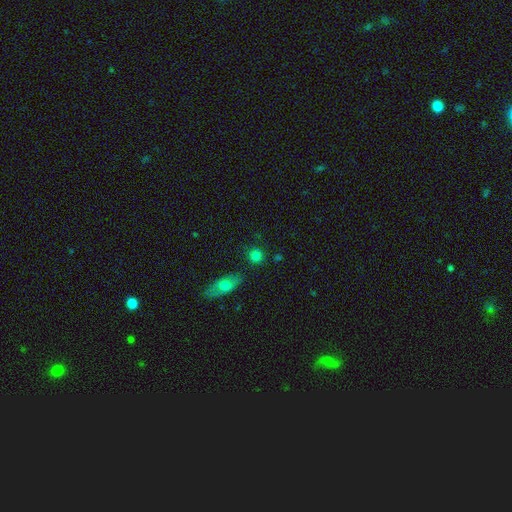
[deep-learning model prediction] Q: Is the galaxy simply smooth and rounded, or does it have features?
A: smooth — 82%.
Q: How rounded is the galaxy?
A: round — 86%.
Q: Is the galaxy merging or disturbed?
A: none — 83%.